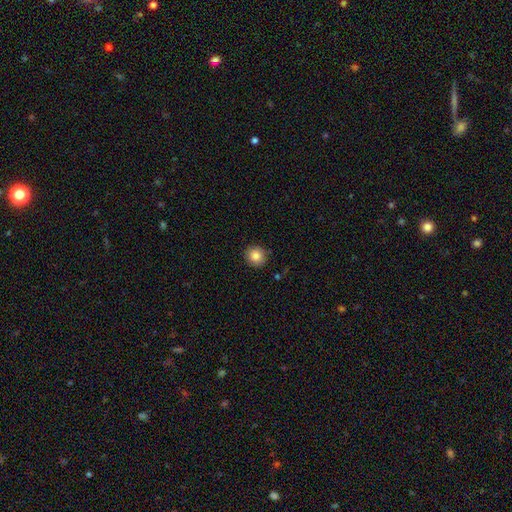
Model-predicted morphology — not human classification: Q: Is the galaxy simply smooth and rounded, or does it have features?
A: smooth — 85%.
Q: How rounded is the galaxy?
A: round — 90%.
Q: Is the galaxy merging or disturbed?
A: none — 90%.